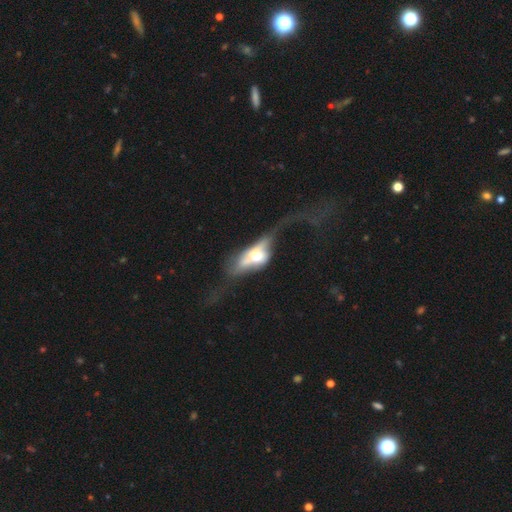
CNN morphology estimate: The model was most divided on "edge-on disk": no: 58%, yes: 42%. More confident: smooth or featured — featured or disk (58%); merging — major disturbance (53%).